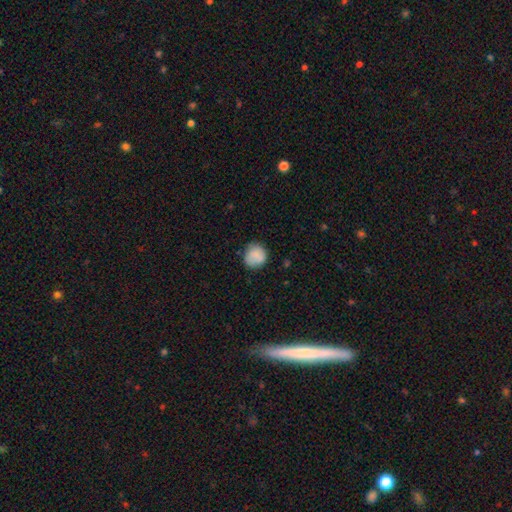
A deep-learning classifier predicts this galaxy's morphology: This appears to be a smooth galaxy with no disk features (84%) that is round (86%). Merging: none (74%).